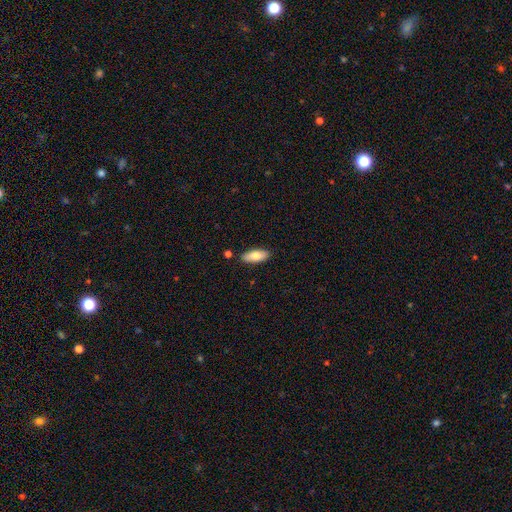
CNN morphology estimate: Smooth or featured: smooth — 76% (featured or disk — 18%)
How rounded: in between — 79% (cigar-shaped — 19%)
Merging: none — 86% (minor disturbance — 9%)